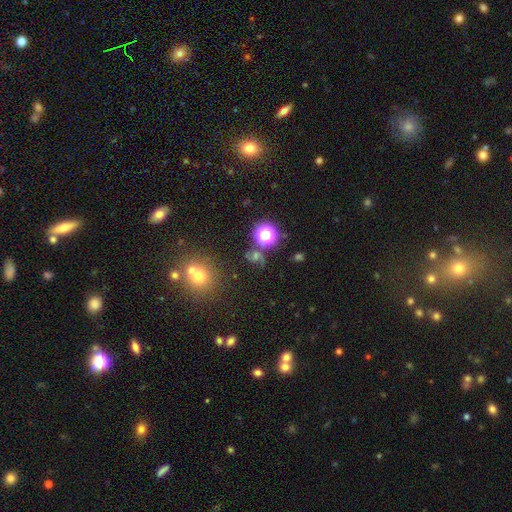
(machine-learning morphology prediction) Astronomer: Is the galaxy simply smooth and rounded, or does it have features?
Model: star or artifact — 45% (runner-up: smooth, 34%).